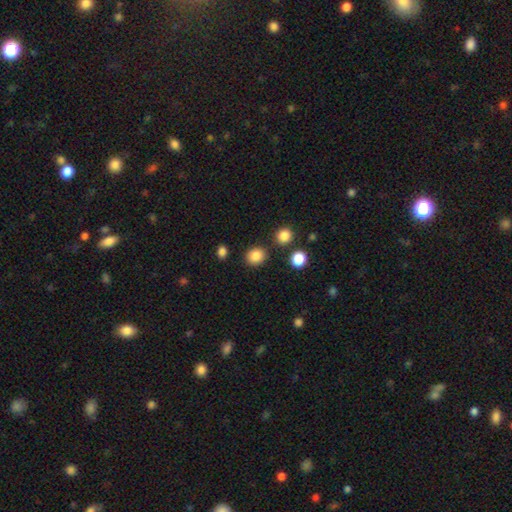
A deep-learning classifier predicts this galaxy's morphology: Smooth or featured? smooth (86%)
How rounded? round (78%)
Merging? none (85%)